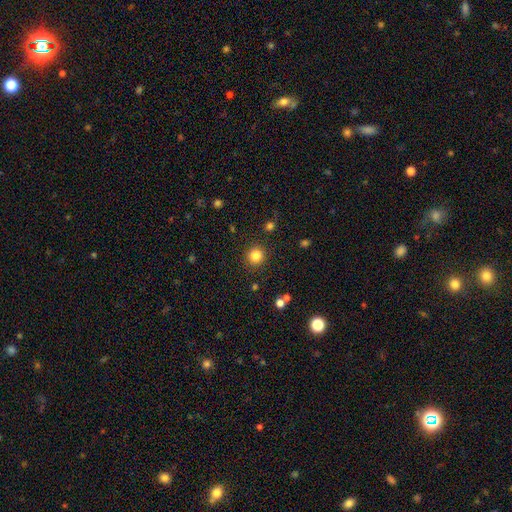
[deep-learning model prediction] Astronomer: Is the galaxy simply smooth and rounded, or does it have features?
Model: smooth — 84%.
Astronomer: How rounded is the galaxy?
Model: round — 93%.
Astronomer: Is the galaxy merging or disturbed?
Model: none — 90%.